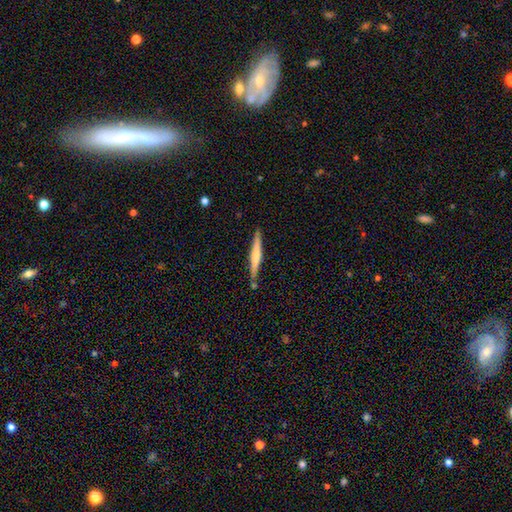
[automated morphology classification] Smooth or featured? Predicted: featured or disk (p=0.60). Edge-on disk? Predicted: yes (p=0.97). Edge-on bulge? Predicted: rounded (p=0.56). Merging? Predicted: none (p=0.89).